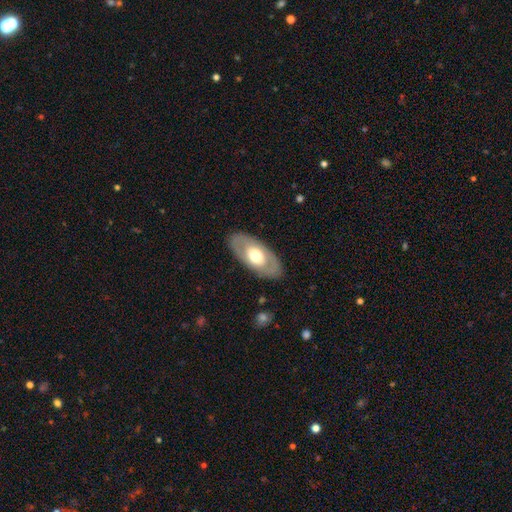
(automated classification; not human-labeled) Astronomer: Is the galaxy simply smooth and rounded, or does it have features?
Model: featured or disk — 49% (runner-up: smooth, 46%).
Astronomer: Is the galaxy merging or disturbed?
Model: none — 85%.